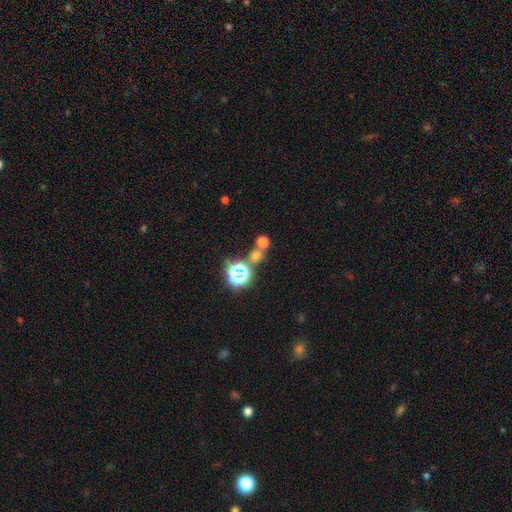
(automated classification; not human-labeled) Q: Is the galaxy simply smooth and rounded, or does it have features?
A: smooth — 57%.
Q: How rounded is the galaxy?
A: round — 86%.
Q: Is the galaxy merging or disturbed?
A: none — 61%.